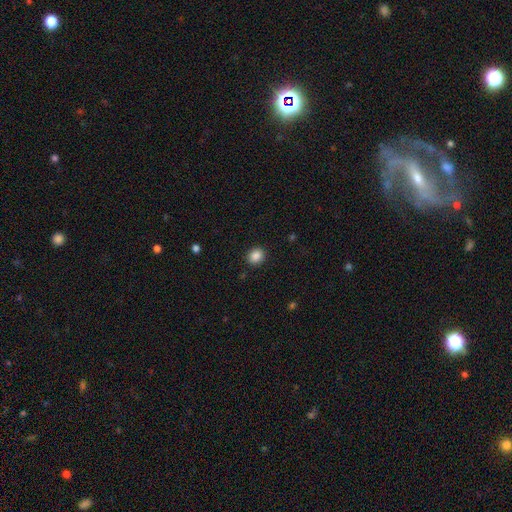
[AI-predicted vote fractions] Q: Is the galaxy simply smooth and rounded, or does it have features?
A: smooth — 87%.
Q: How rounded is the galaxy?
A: round — 74%.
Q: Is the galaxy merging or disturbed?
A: none — 90%.